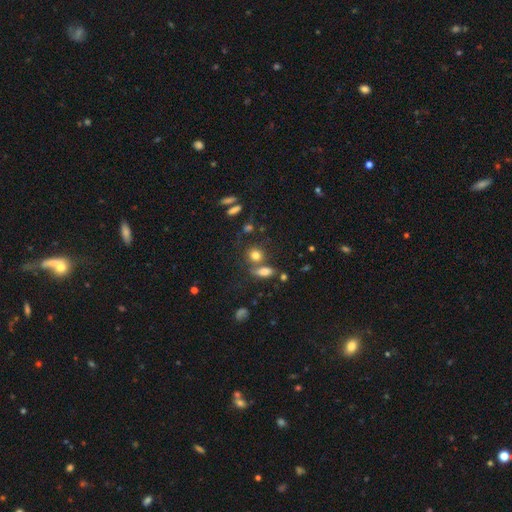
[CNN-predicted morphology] smooth 77%, star or artifact 13%, featured or disk 10%. Down the decision tree: how rounded — round (63%); merging — none (55%).